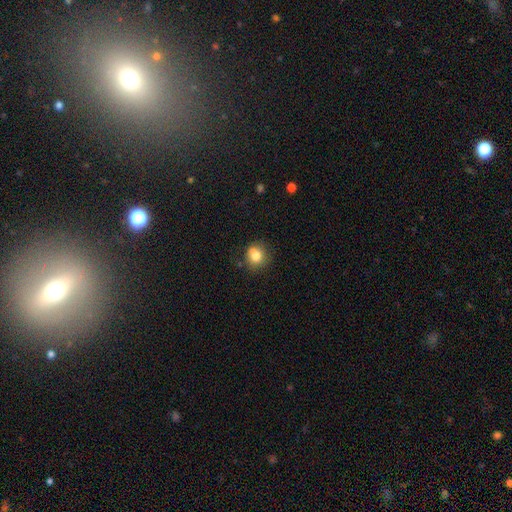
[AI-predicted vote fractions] The model was most divided on "merging": none: 71%, minor disturbance: 19%, major disturbance: 5%, merger: 5%. More confident: smooth or featured — smooth (80%); how rounded — round (78%).